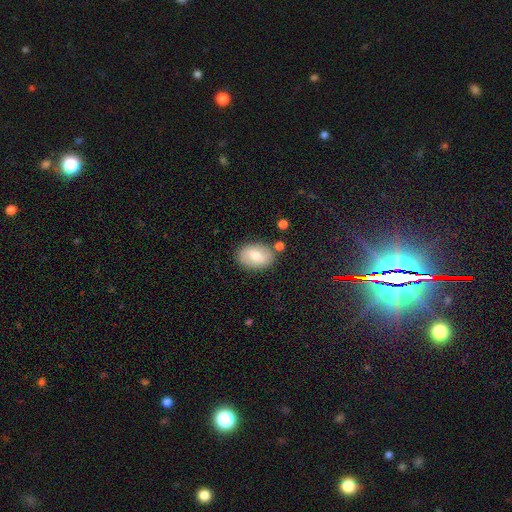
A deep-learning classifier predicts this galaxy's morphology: smooth-or-featured: smooth: 67% | featured or disk: 26% | star or artifact: 7%
  how-rounded: in between: 79% | round: 19% | cigar-shaped: 1%
  merging: none: 83% | minor disturbance: 11% | merger: 3% | major disturbance: 3%